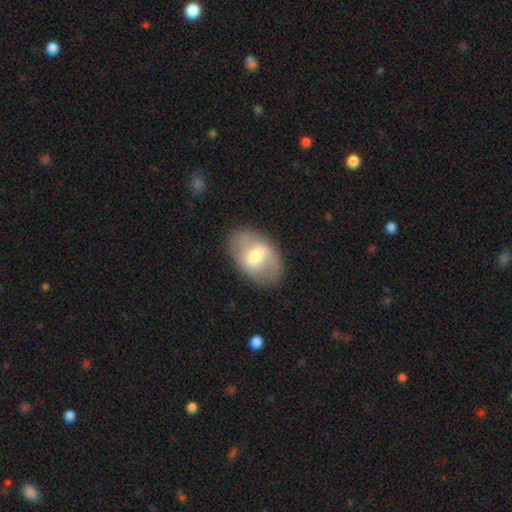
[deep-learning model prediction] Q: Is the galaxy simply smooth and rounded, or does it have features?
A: featured or disk — 54%.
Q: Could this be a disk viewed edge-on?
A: no — 94%.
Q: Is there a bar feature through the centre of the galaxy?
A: weak — 50%.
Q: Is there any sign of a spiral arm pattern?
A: yes — 55%.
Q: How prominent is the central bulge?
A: moderate — 61%.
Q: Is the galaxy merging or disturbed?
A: none — 79%.